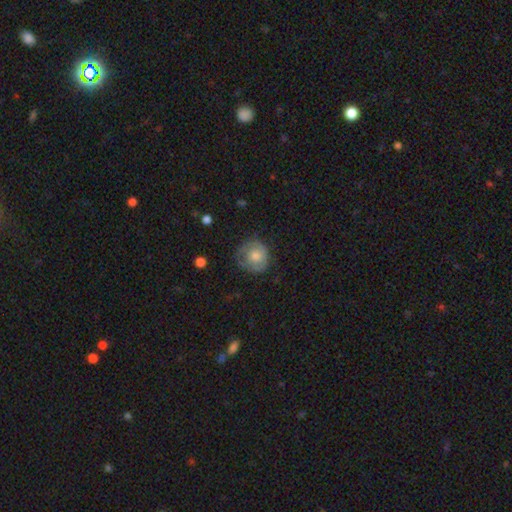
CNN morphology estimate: This appears to be a smooth galaxy with no disk features (67%) that is round (86%). Merging: none (66%).